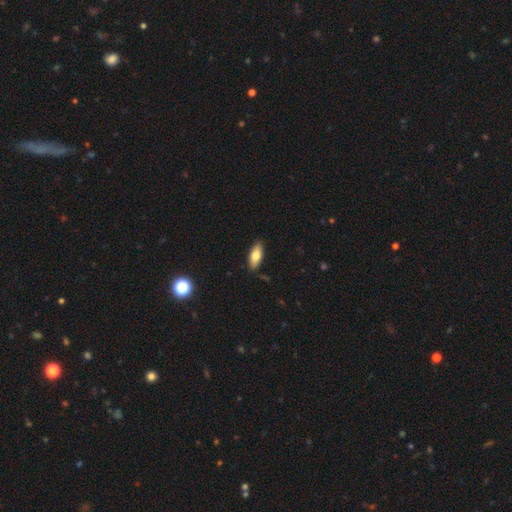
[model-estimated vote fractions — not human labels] Smooth or featured?
  - smooth: 76% *
  - featured or disk: 17%
  - star or artifact: 7%
How rounded?
  - in between: 80% *
  - cigar-shaped: 18%
  - round: 2%
Merging?
  - none: 87% *
  - minor disturbance: 10%
  - major disturbance: 2%
  - merger: 1%